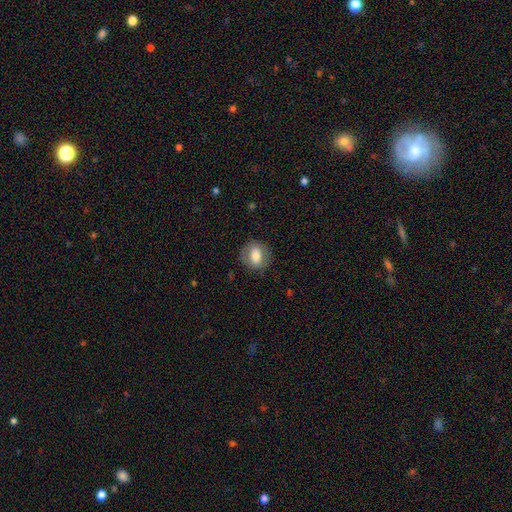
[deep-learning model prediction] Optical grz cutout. It shows a smooth galaxy with no disk features (67%) that is round (59%). Merging: none (81%).